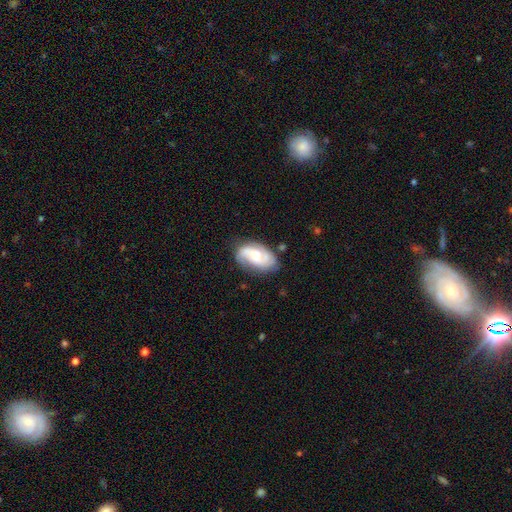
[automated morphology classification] This appears to be a featured or disk galaxy (70%) with no bar (58%), 2 (61%) medium (45%) spiral arms (93%) and a moderate central bulge (57%). Merging: none (69%).